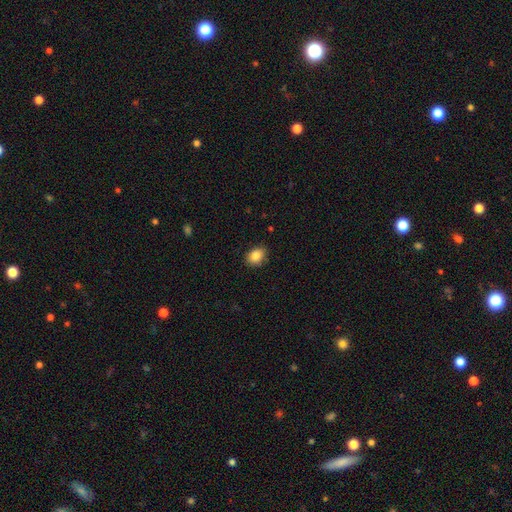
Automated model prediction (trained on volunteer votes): This is clearly a smooth galaxy (86%). How rounded: possibly in between (60%). Merging: clearly none (83%).